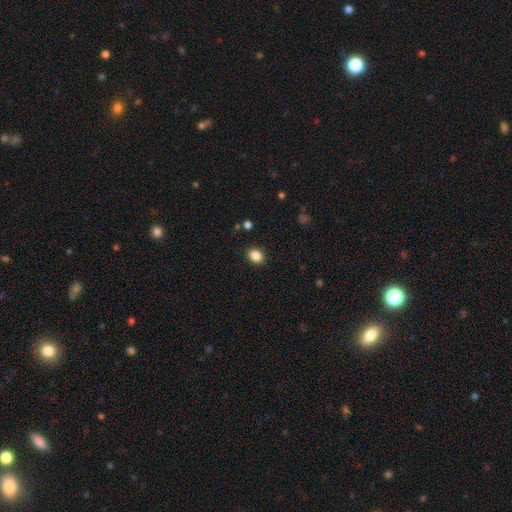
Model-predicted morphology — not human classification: Smooth or featured? Predicted: smooth (p=0.86). How rounded? Predicted: round (p=0.53). Merging? Predicted: none (p=0.90).